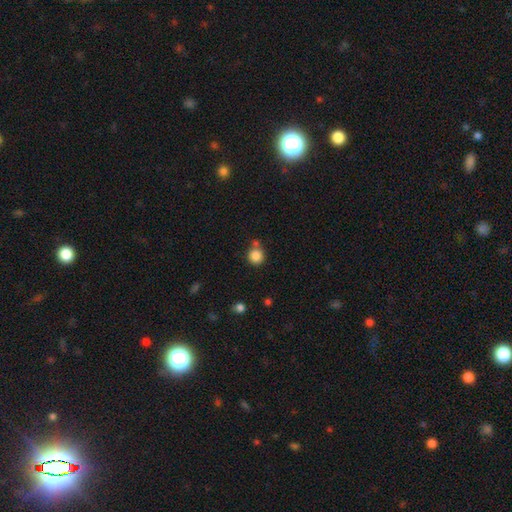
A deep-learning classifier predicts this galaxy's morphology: Smooth or featured: smooth — 85% (star or artifact — 10%)
How rounded: round — 91% (in between — 8%)
Merging: none — 68% (merger — 17%)